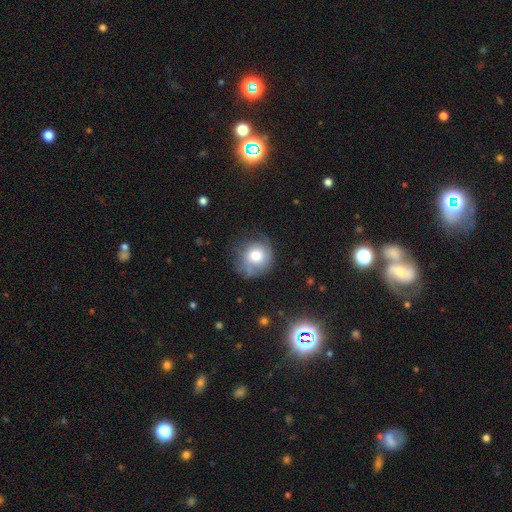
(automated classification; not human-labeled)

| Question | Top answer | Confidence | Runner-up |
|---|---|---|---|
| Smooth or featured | smooth | 63% | featured or disk (28%) |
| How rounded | round | 85% | in between (14%) |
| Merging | none | 59% | minor disturbance (27%) |